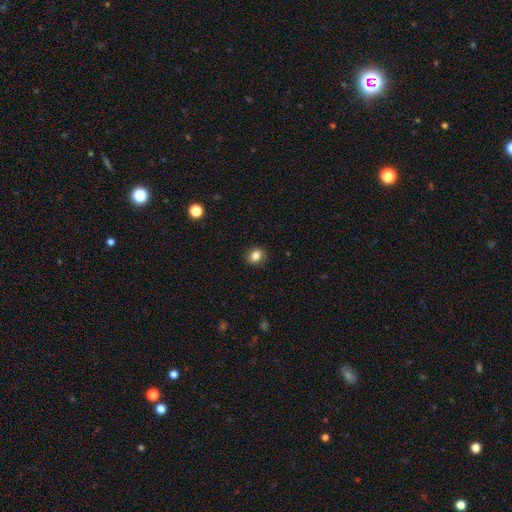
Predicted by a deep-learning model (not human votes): smooth-or-featured: smooth: 84% | star or artifact: 10% | featured or disk: 6%
  how-rounded: round: 69% | in between: 30% | cigar-shaped: 1%
  merging: none: 89% | minor disturbance: 8% | major disturbance: 2% | merger: 1%